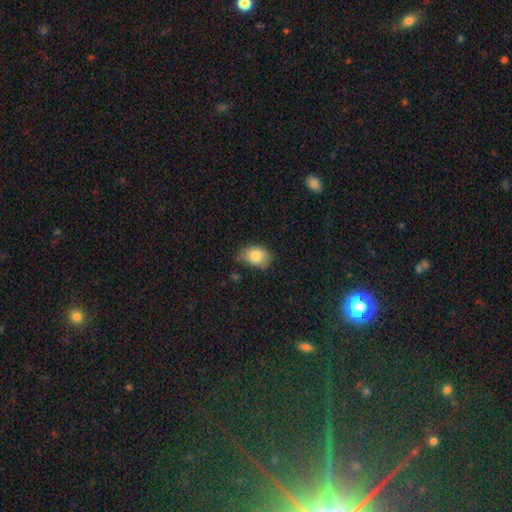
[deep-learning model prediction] The model was most divided on "merging": none: 50%, minor disturbance: 39%, major disturbance: 8%, merger: 3%. More confident: smooth or featured — smooth (83%); how rounded — in between (76%).